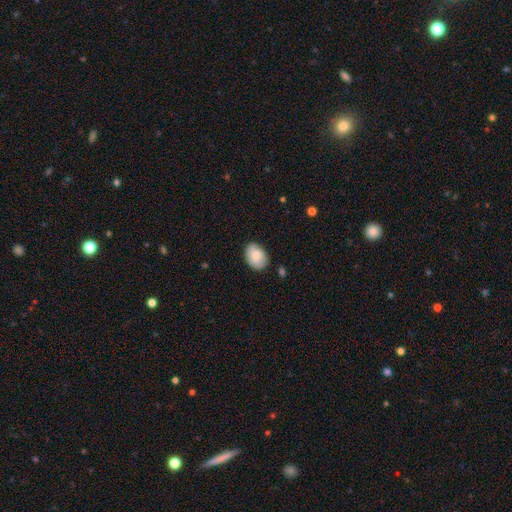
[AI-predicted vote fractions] Smooth or featured?
  - smooth: 81% *
  - featured or disk: 12%
  - star or artifact: 7%
How rounded?
  - in between: 76% *
  - round: 23%
  - cigar-shaped: 1%
Merging?
  - none: 75% *
  - minor disturbance: 19%
  - major disturbance: 3%
  - merger: 2%